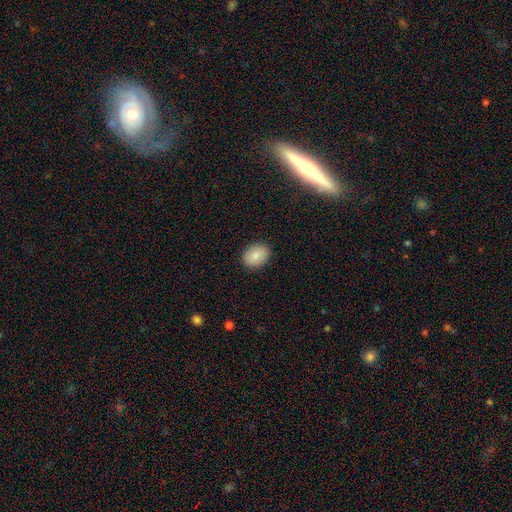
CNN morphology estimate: Smooth or featured? smooth (85%)
How rounded? in between (74%)
Merging? none (89%)